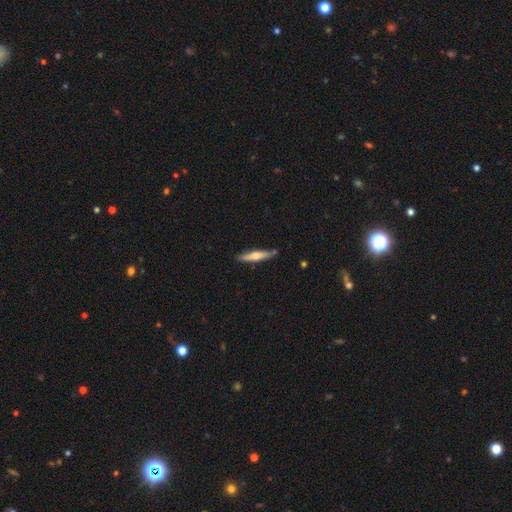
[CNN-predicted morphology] Overall: smooth (49%; featured or disk 46%). Merging: none (82%).